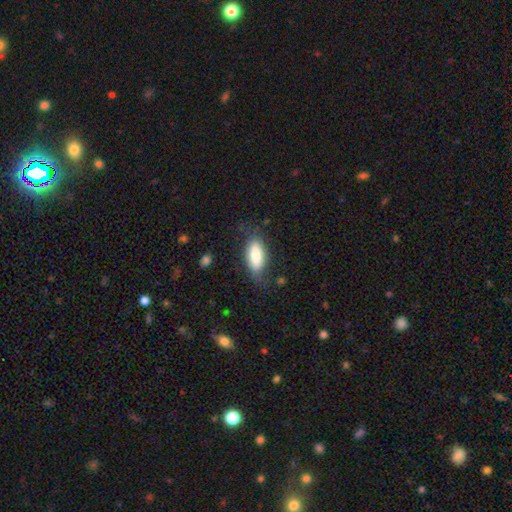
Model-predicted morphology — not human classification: This appears to be a smooth galaxy with no disk features (78%) that is in between round and cigar-shaped (83%). Merging: none (65%).